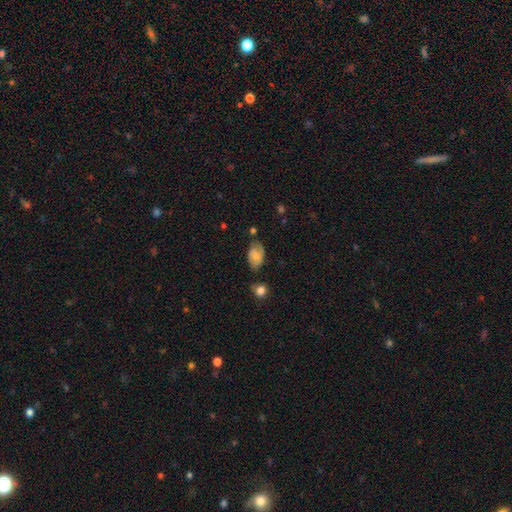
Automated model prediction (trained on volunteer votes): smooth-or-featured: smooth: 64% | featured or disk: 29% | star or artifact: 8%
  how-rounded: in between: 91% | round: 7% | cigar-shaped: 2%
  merging: none: 63% | minor disturbance: 26% | major disturbance: 6% | merger: 5%